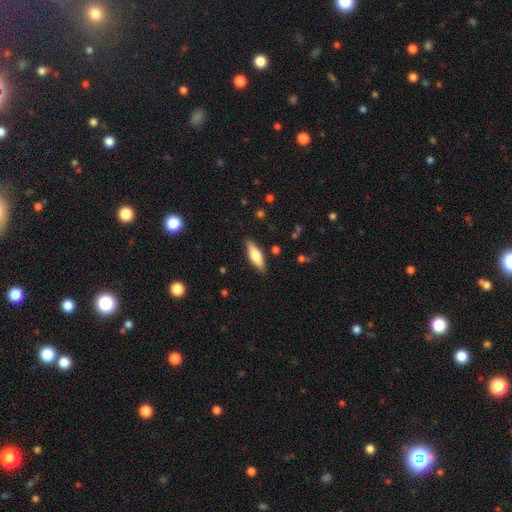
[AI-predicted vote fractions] Morphology: type=smooth (65%); roundness=in between (49%, tied with cigar-shaped); merging=none (87%).